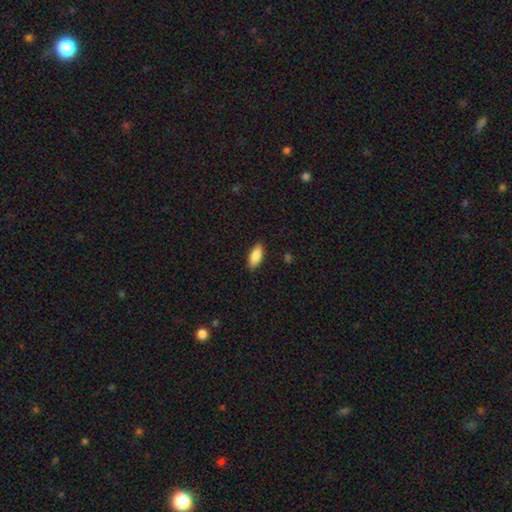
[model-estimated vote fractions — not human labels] Smooth or featured: smooth — 87% (featured or disk — 6%)
How rounded: in between — 82% (cigar-shaped — 16%)
Merging: none — 88% (minor disturbance — 9%)